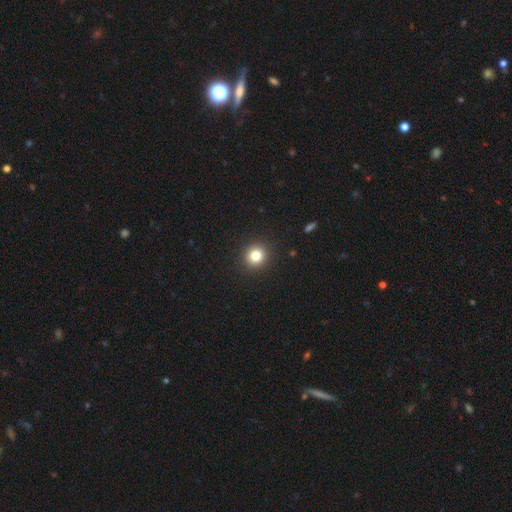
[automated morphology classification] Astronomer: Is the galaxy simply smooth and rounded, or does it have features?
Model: smooth — 82%.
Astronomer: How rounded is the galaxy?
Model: round — 89%.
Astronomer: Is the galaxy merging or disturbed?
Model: none — 92%.